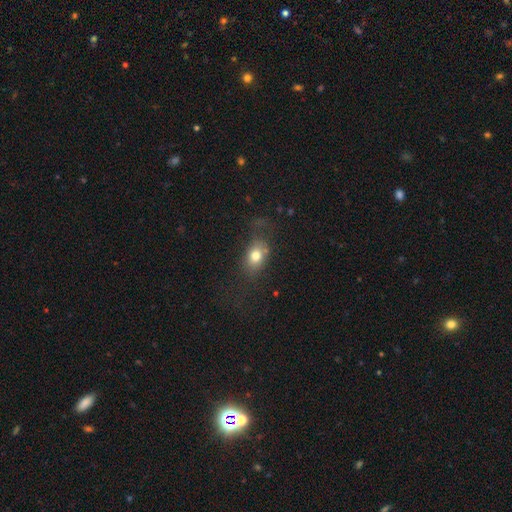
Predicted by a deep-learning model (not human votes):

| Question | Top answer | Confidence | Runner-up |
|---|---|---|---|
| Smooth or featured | smooth | 76% | featured or disk (13%) |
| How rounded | in between | 72% | round (26%) |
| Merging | none | 58% | minor disturbance (22%) |